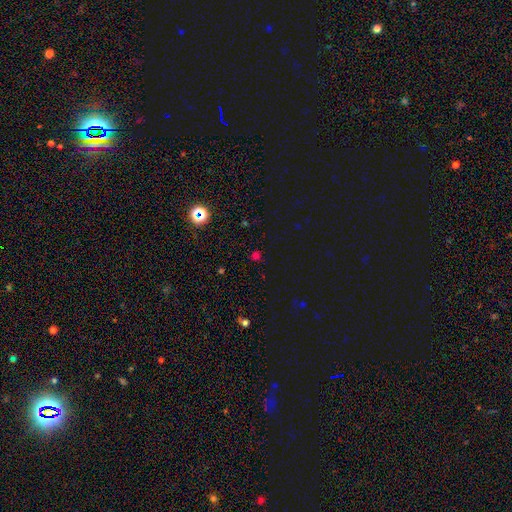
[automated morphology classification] Smooth or featured? star or artifact (54%)